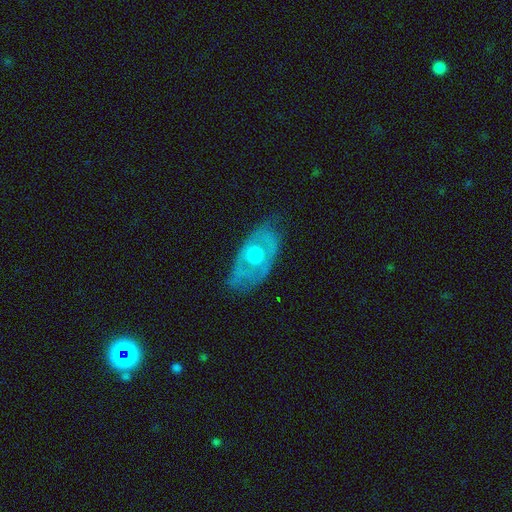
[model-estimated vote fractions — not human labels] smooth_or_featured: featured or disk (p=0.66) [alt: smooth p=0.27]
disk_edge_on: no (p=0.88) [alt: yes p=0.12]
bar: no (p=0.84) [alt: weak p=0.12]
has_spiral_arms: no (p=0.67) [alt: yes p=0.33]
bulge_size: moderate (p=0.71) [alt: large p=0.19]
merging: none (p=0.70) [alt: minor disturbance p=0.22]